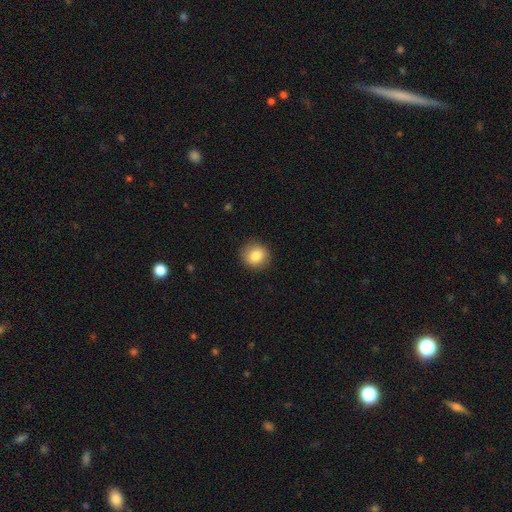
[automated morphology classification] This appears to be a smooth galaxy with no disk features (84%) that is round (90%). Merging: none (90%).